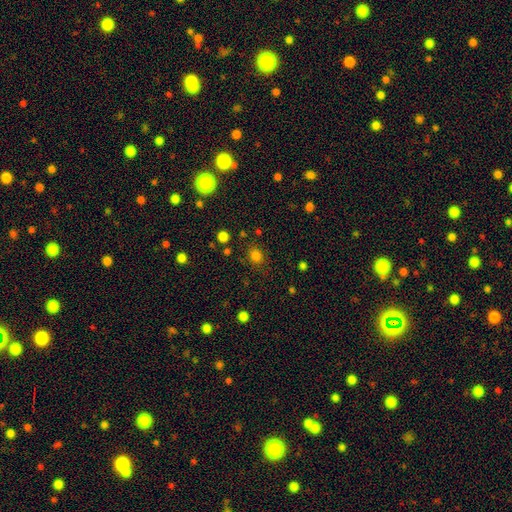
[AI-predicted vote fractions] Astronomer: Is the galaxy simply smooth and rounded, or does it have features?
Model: smooth — 79%.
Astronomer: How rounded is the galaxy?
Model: round — 69%.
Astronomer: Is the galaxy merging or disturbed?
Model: none — 82%.